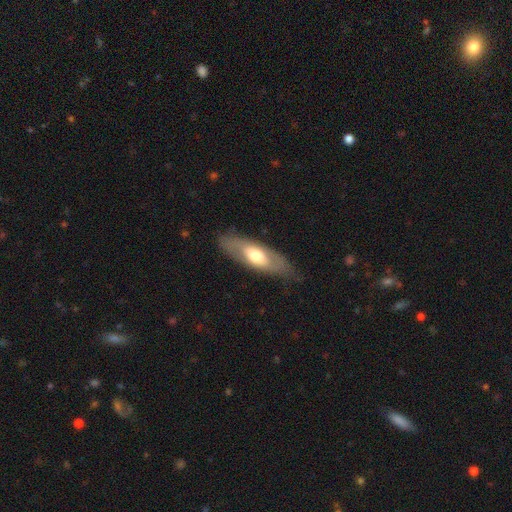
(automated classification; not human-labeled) This appears to be a smooth galaxy with no disk features (49%). Merging: none (76%).